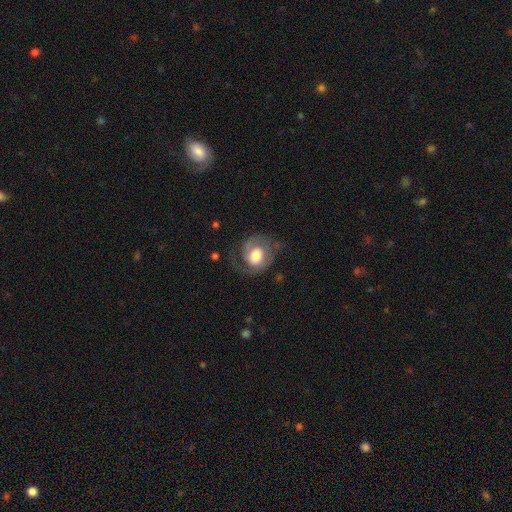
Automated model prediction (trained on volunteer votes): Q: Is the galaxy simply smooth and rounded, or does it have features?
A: featured or disk — 68%.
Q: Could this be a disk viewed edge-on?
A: no — 98%.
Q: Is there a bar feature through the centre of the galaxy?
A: no — 62%.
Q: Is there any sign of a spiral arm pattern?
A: yes — 88%.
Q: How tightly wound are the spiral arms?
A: medium — 45%.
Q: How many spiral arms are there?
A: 2 — 75%.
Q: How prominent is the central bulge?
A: large — 46%.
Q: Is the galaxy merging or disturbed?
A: none — 59%.